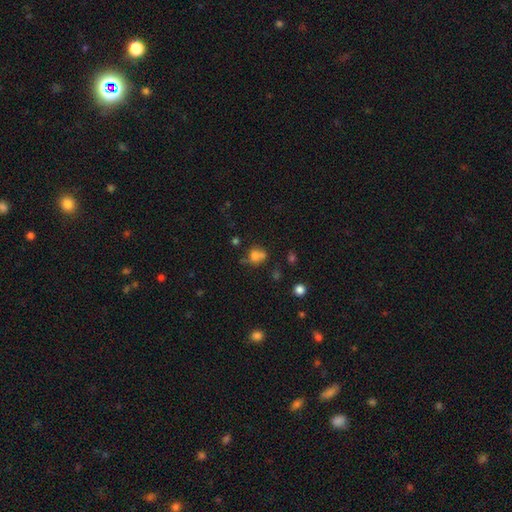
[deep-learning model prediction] smooth 71%, star or artifact 16%, featured or disk 13%. Down the decision tree: how rounded — round (65%); merging — none (40%).